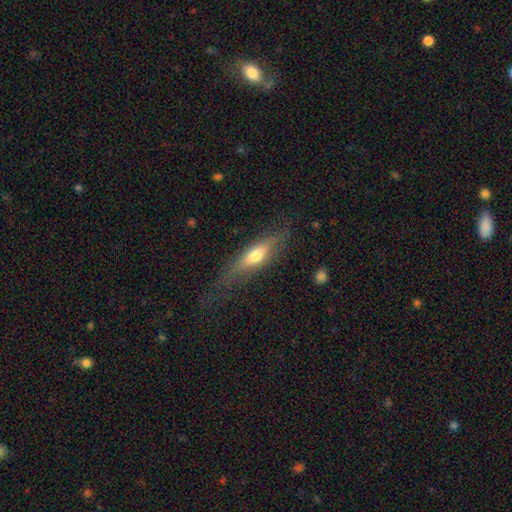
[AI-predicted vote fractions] The model was most divided on "smooth or featured": smooth: 49%, featured or disk: 44%, star or artifact: 7%. More confident: merging — none (69%).